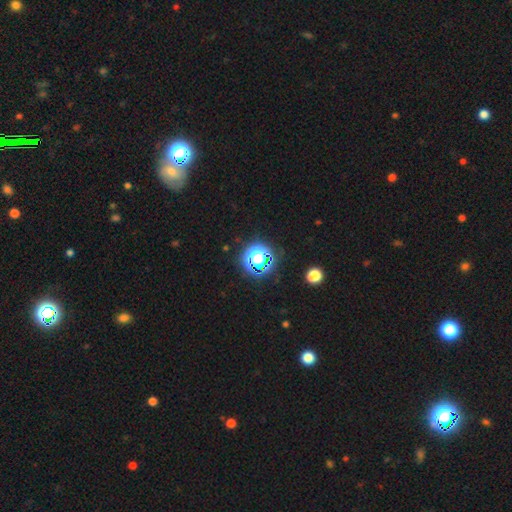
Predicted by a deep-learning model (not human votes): A star or artifact, not a galaxy (76%).